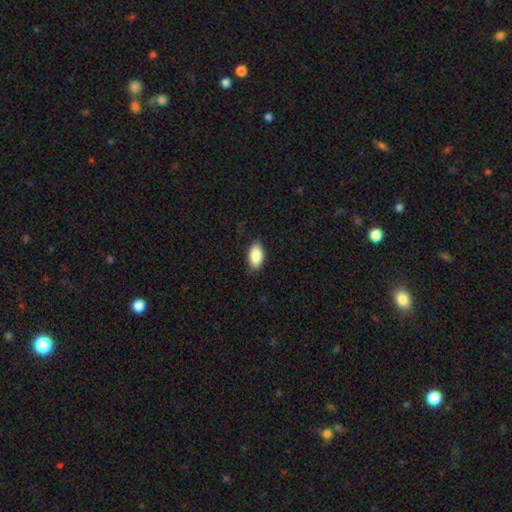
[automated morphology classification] type=smooth (89%); roundness=in between (94%); merging=none (82%).